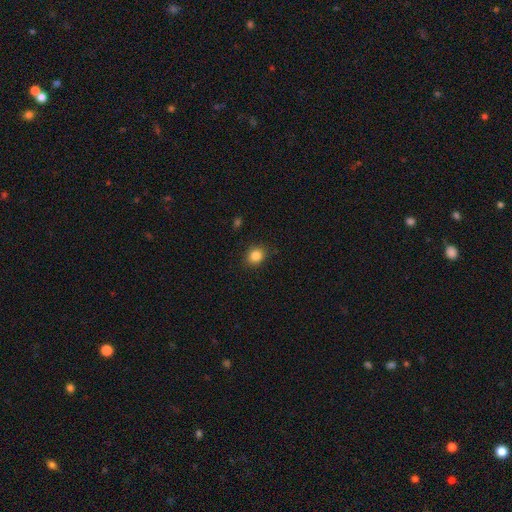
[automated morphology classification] This appears to be a smooth galaxy with no disk features (85%) that is round (72%). Merging: none (88%).